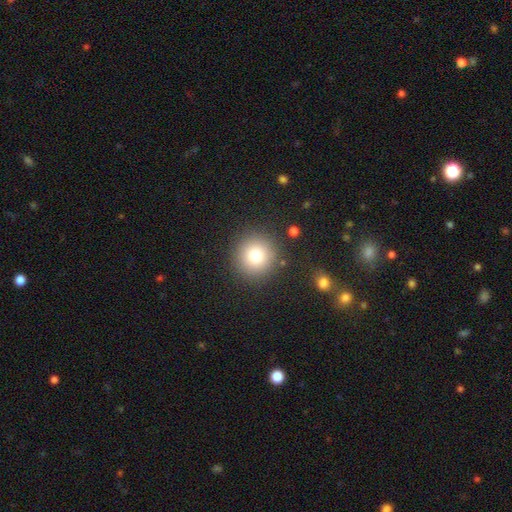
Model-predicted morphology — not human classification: A smooth galaxy with no disk features (77%) that is round (94%).

Vote fractions:
- Smooth or featured? smooth: 77% / star or artifact: 13% / featured or disk: 10%
- How rounded? round: 94% / in between: 5% / cigar-shaped: 1%
- Merging? none: 88% / minor disturbance: 7% / major disturbance: 3% / merger: 2%